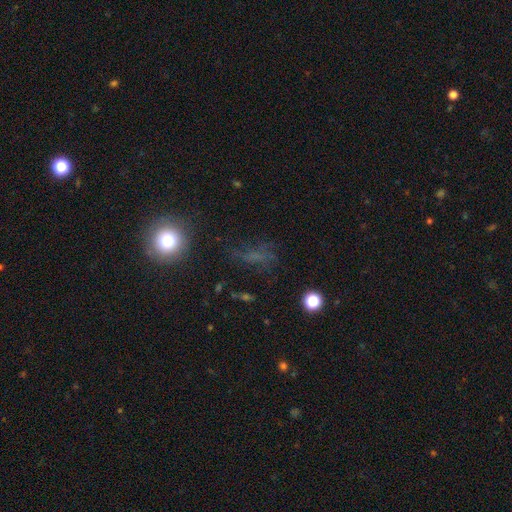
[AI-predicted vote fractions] Smooth or featured?
  - smooth: 39% *
  - star or artifact: 37%
  - featured or disk: 24%
Merging?
  - none: 56% *
  - major disturbance: 23%
  - minor disturbance: 18%
  - merger: 4%